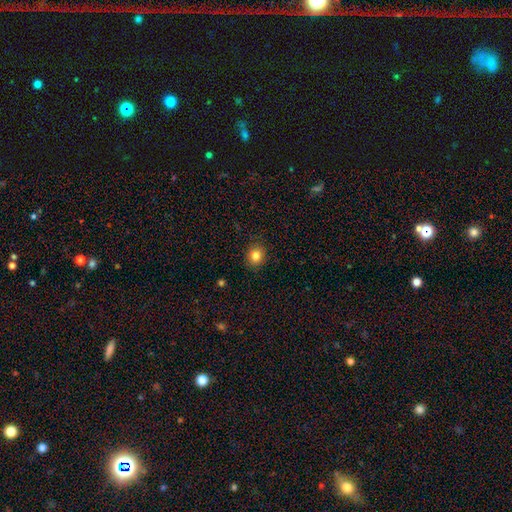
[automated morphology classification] Overall: smooth (84%). How rounded: round (70%). Merging: none (89%).